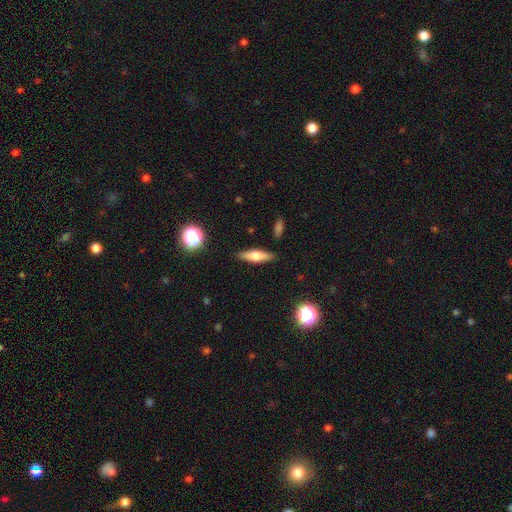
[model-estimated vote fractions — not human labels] Smooth or featured?
  - smooth: 51% *
  - featured or disk: 41%
  - star or artifact: 8%
How rounded?
  - cigar-shaped: 63% *
  - in between: 33%
  - round: 4%
Merging?
  - none: 87% *
  - minor disturbance: 9%
  - major disturbance: 2%
  - merger: 2%